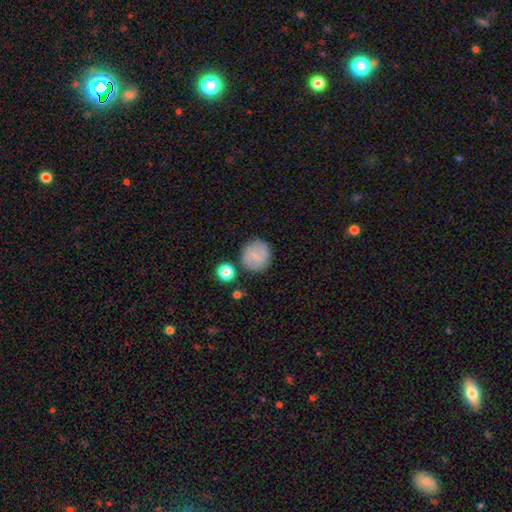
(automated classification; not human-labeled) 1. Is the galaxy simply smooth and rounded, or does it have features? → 71% smooth, 21% featured or disk, 8% star or artifact.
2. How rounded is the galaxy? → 90% round, 9% in between, 1% cigar-shaped.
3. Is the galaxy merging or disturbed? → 82% none, 10% minor disturbance, 5% merger, 3% major disturbance.